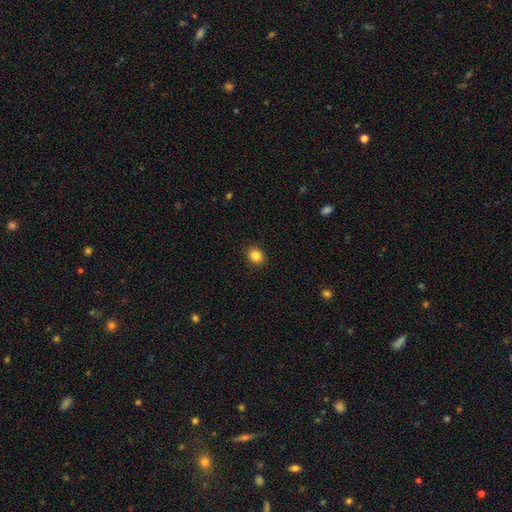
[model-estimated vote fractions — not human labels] The model was most divided on "how rounded": round: 56%, in between: 43%, cigar-shaped: 1%. More confident: merging — none (91%); smooth or featured — smooth (85%).